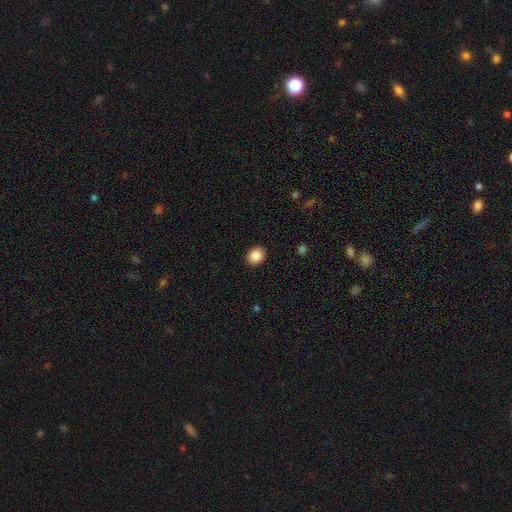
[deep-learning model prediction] A smooth galaxy with no disk features (89%) that is round (56%). Merging: none (90%).